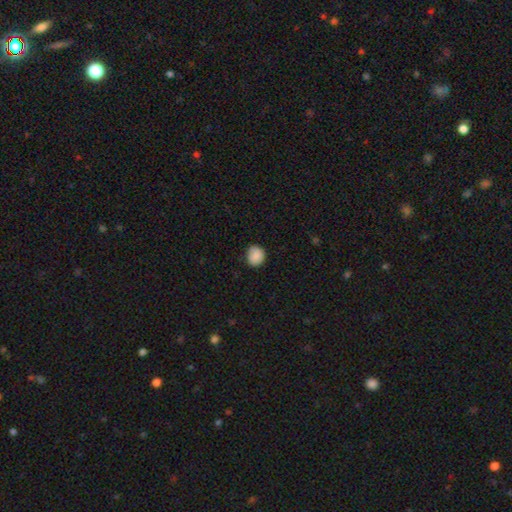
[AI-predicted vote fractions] Q: Smooth or featured?
A: smooth (88%); runner-up: star or artifact (8%)
Q: How rounded?
A: round (73%); runner-up: in between (26%)
Q: Merging?
A: none (81%); runner-up: minor disturbance (15%)